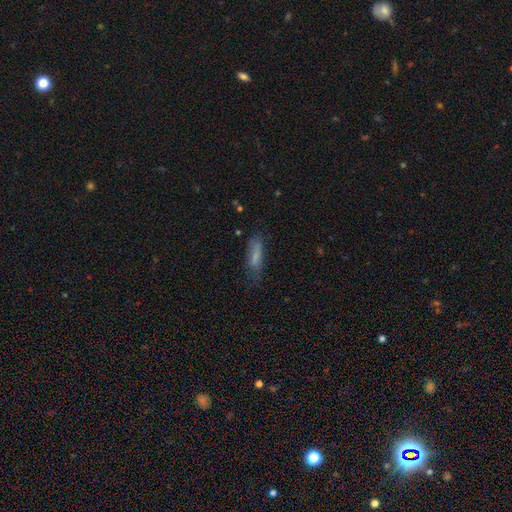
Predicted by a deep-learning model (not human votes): A smooth galaxy with no disk features (73%) that is cigar-shaped (64%). Merging: none (60%).